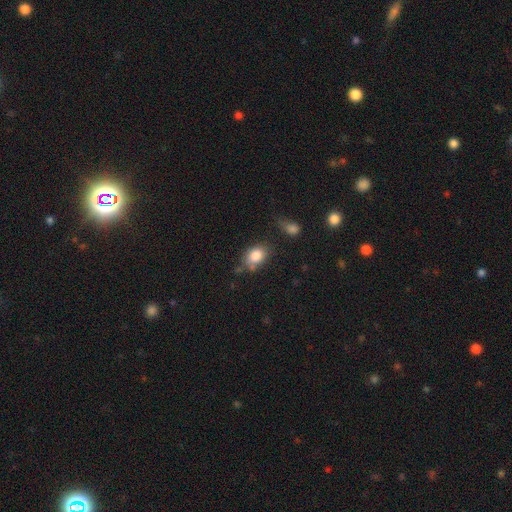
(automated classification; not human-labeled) Overall: smooth (84%). How rounded: in between (68%; round 30%). Merging: none (57%; minor disturbance 25%).